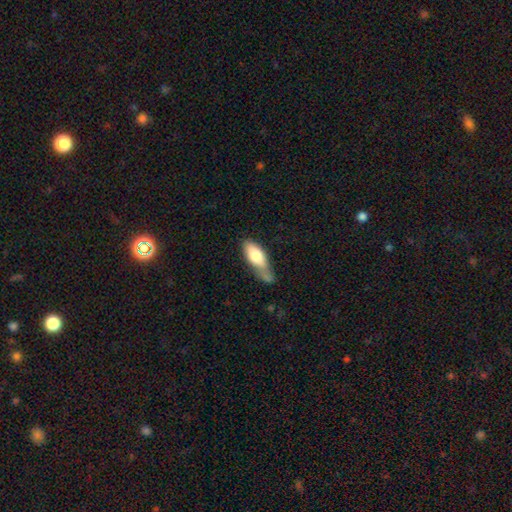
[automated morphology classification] smooth-or-featured: smooth: 73% | featured or disk: 20% | star or artifact: 6%
  how-rounded: in between: 77% | cigar-shaped: 20% | round: 3%
  merging: minor disturbance: 34% | none: 31% | merger: 18% | major disturbance: 17%